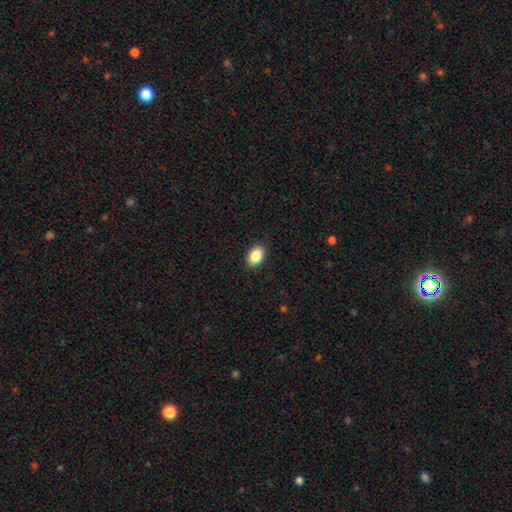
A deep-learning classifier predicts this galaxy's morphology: type=smooth (87%); roundness=in between (87%); merging=none (89%).